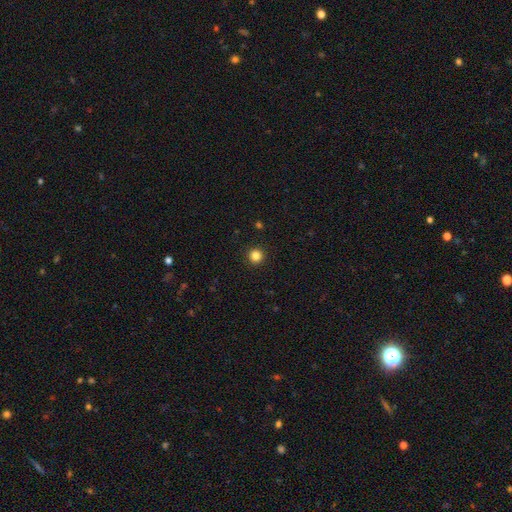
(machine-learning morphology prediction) Smooth or featured? Predicted: smooth (p=0.84). How rounded? Predicted: round (p=0.95). Merging? Predicted: none (p=0.93).